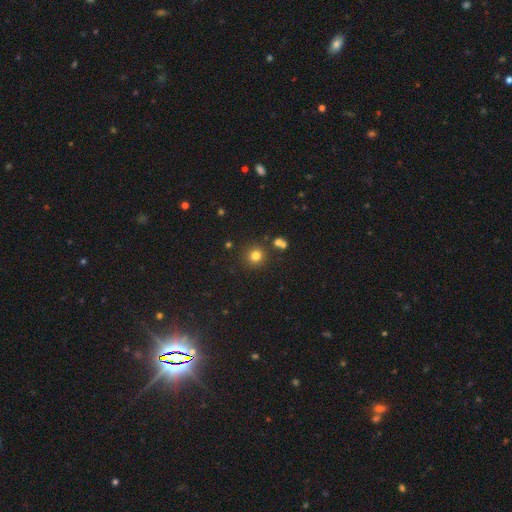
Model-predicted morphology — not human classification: Q: Smooth or featured?
A: smooth (79%); runner-up: star or artifact (15%)
Q: How rounded?
A: round (93%); runner-up: in between (6%)
Q: Merging?
A: none (84%); runner-up: minor disturbance (7%)